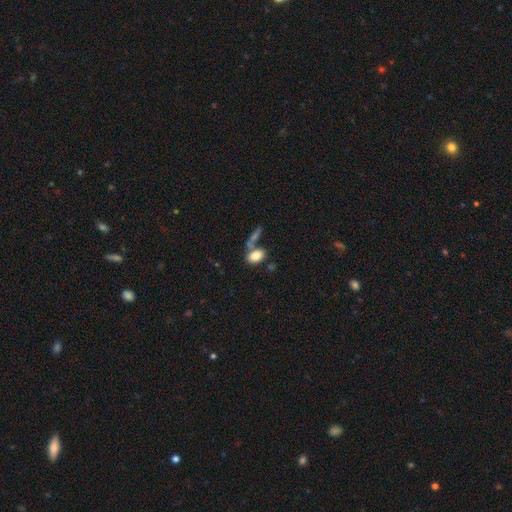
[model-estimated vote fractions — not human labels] The model was most divided on "merging": none: 48%, merger: 34%, minor disturbance: 12%, major disturbance: 6%. More confident: how rounded — in between (86%); smooth or featured — smooth (81%).